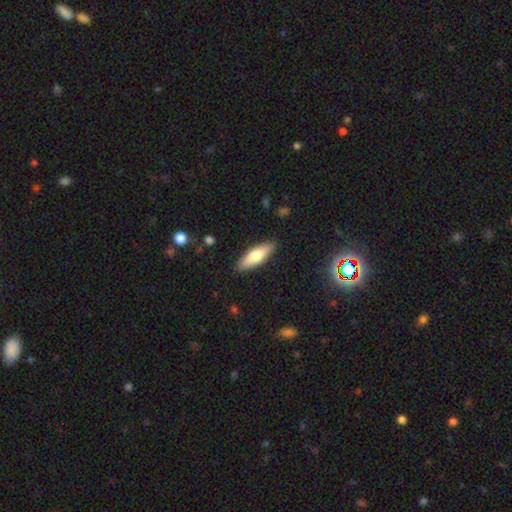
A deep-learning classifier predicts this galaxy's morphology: A smooth galaxy with no disk features (66%) that is in between round and cigar-shaped (50%). Merging: none (89%).